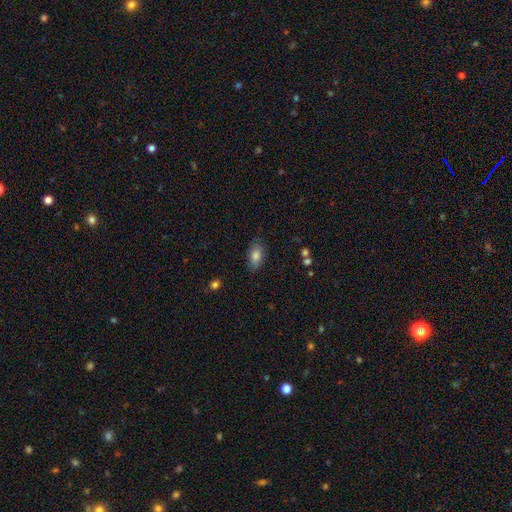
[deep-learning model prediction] smooth_or_featured: smooth (p=0.82) [alt: featured or disk p=0.10]
how_rounded: in between (p=0.91) [alt: cigar-shaped p=0.05]
merging: none (p=0.84) [alt: minor disturbance p=0.12]